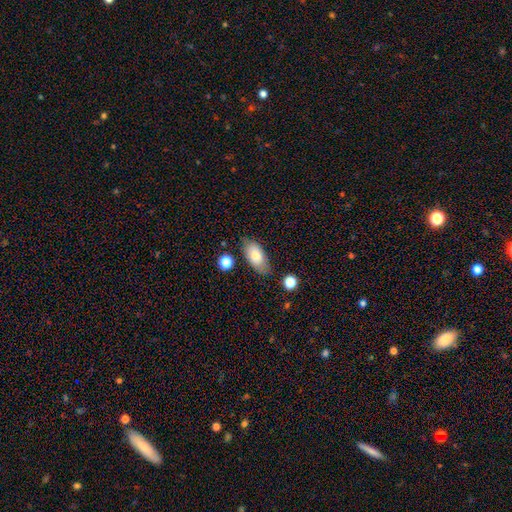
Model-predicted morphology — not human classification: Smooth or featured?
  - smooth: 79% *
  - featured or disk: 14%
  - star or artifact: 7%
How rounded?
  - in between: 91% *
  - cigar-shaped: 5%
  - round: 4%
Merging?
  - none: 75% *
  - minor disturbance: 17%
  - merger: 4%
  - major disturbance: 4%